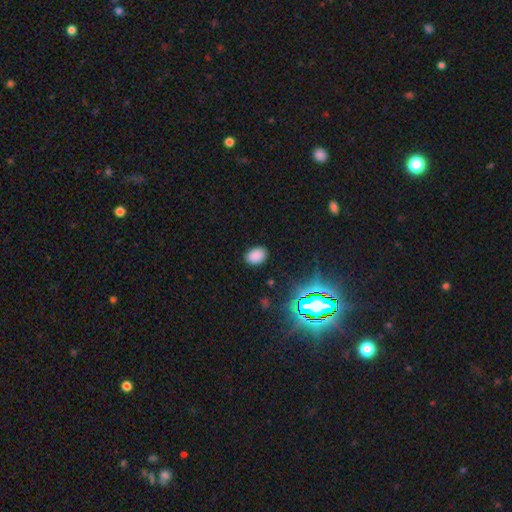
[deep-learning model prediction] Smooth or featured?
  - smooth: 80% *
  - star or artifact: 16%
  - featured or disk: 4%
How rounded?
  - in between: 74% *
  - round: 25%
  - cigar-shaped: 1%
Merging?
  - none: 85% *
  - minor disturbance: 10%
  - major disturbance: 3%
  - merger: 1%